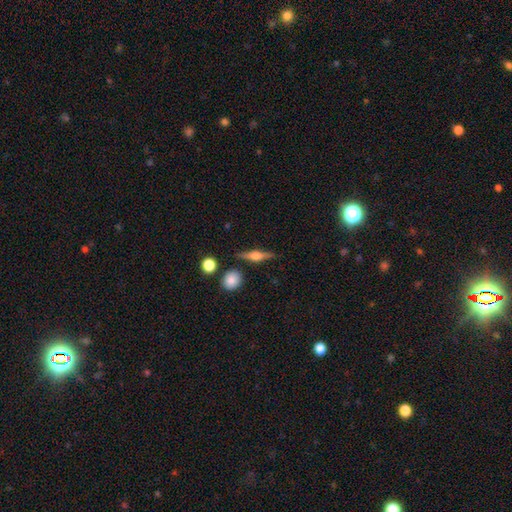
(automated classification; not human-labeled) Morphology: type=featured or disk (68%); edge-on=yes (97%); edge-on bulge=rounded (89%); merging=none (85%).